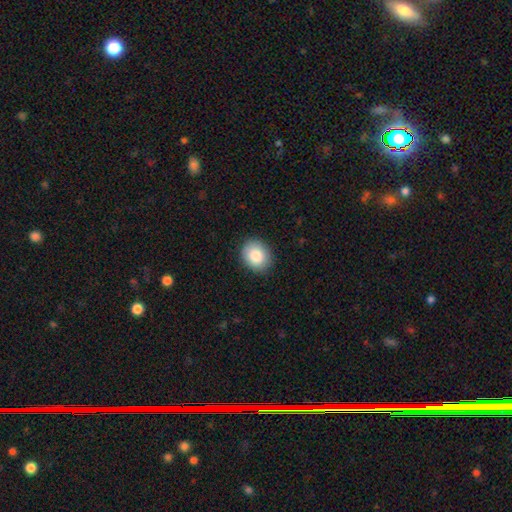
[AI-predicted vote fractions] smooth 85%, star or artifact 8%, featured or disk 7%. Down the decision tree: how rounded — round (56%); merging — none (88%).